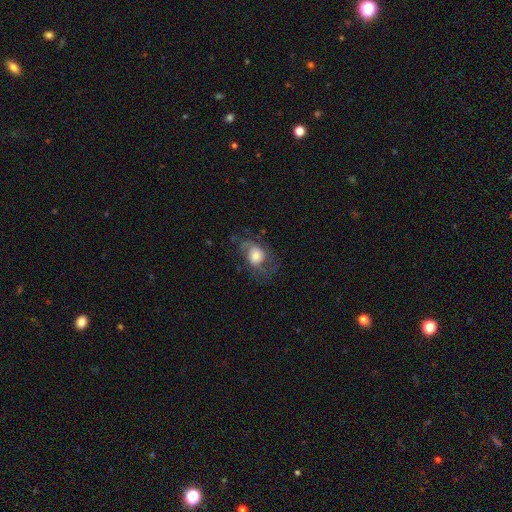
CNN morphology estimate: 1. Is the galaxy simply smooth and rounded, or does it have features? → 51% smooth, 39% featured or disk, 10% star or artifact.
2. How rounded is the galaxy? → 51% round, 48% in between, 1% cigar-shaped.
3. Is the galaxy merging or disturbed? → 47% none, 28% major disturbance, 23% minor disturbance, 2% merger.